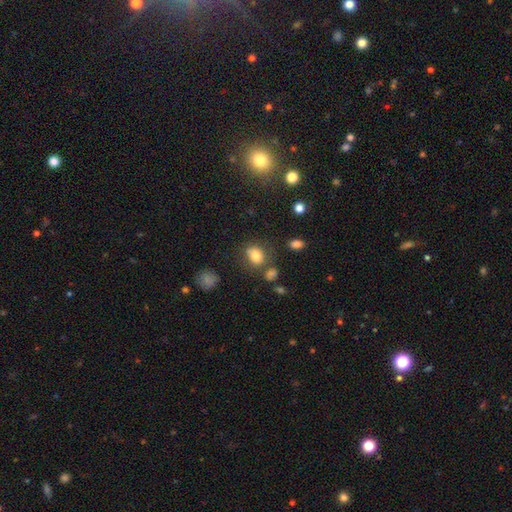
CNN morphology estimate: Smooth or featured: smooth — 79% (star or artifact — 12%)
How rounded: in between — 51% (round — 48%)
Merging: none — 63% (minor disturbance — 18%)